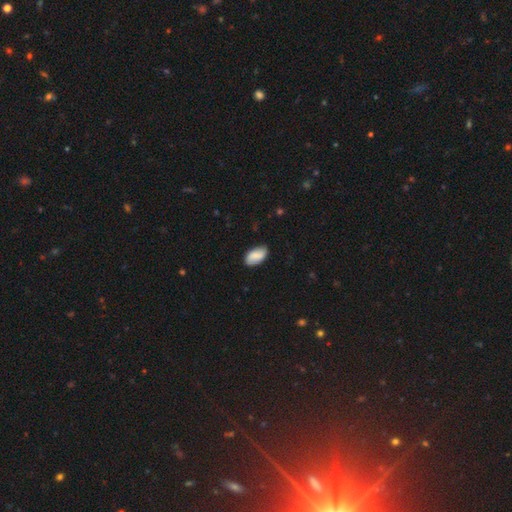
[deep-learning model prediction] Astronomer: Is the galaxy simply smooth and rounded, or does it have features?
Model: smooth — 79%.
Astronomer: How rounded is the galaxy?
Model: in between — 95%.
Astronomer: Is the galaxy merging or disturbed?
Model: none — 83%.